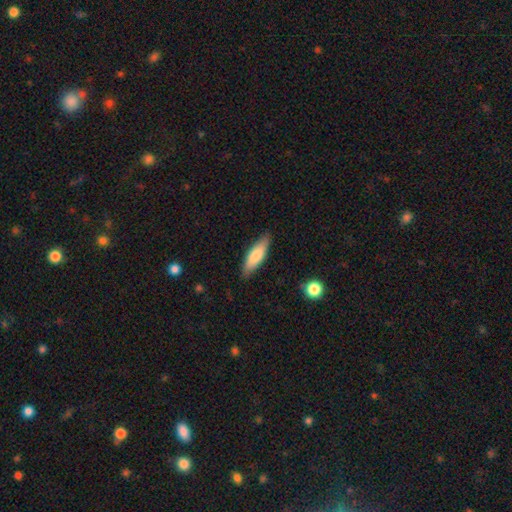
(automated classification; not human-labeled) Smooth or featured? smooth (77%)
How rounded? in between (52%)
Merging? none (84%)